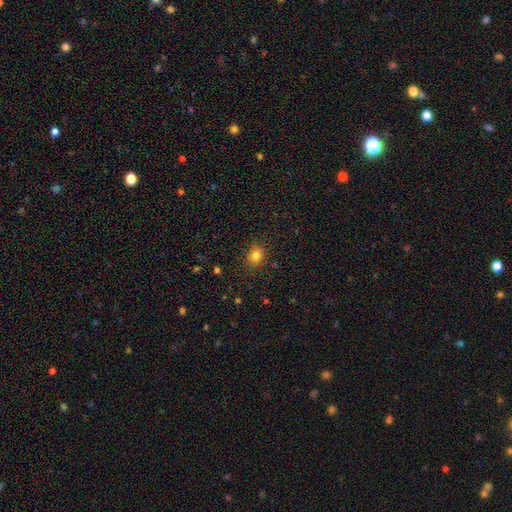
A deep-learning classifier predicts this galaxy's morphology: smooth-or-featured: smooth: 81% | star or artifact: 13% | featured or disk: 6%
  how-rounded: round: 64% | in between: 35% | cigar-shaped: 1%
  merging: none: 85% | minor disturbance: 11% | major disturbance: 3% | merger: 1%